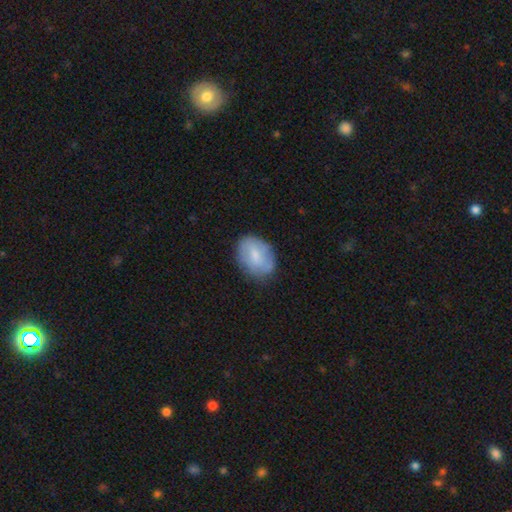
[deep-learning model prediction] The model was most divided on "smooth or featured": smooth: 51%, featured or disk: 42%, star or artifact: 6%. More confident: how rounded — in between (73%); merging — none (71%).